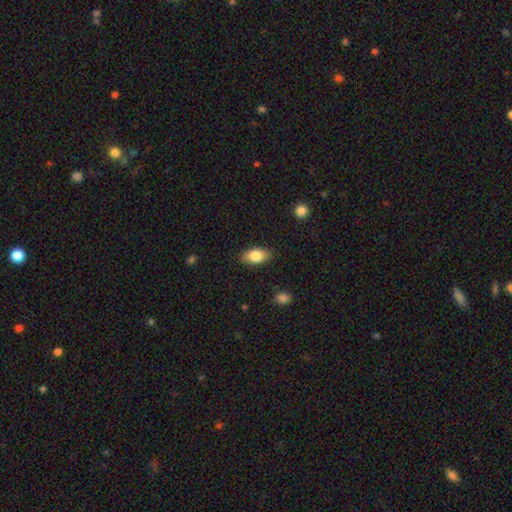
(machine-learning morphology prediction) A smooth galaxy with no disk features (82%) that is in between round and cigar-shaped (91%).

Vote fractions:
- Smooth or featured? smooth: 82% / featured or disk: 11% / star or artifact: 7%
- How rounded? in between: 91% / round: 6% / cigar-shaped: 3%
- Merging? none: 86% / minor disturbance: 10% / major disturbance: 3% / merger: 1%